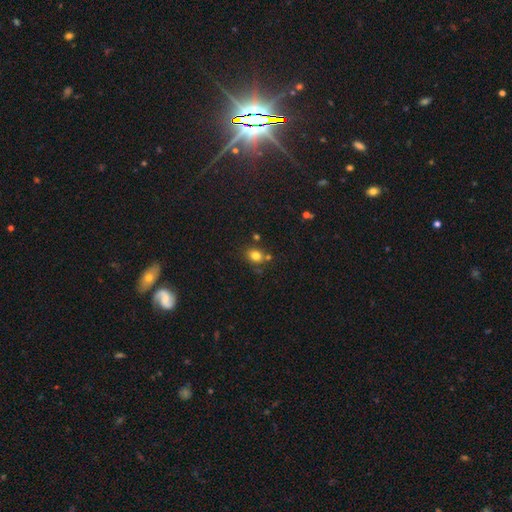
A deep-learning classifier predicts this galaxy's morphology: Smooth or featured: smooth — 78% (star or artifact — 14%)
How rounded: round — 60% (in between — 39%)
Merging: none — 70% (minor disturbance — 14%)